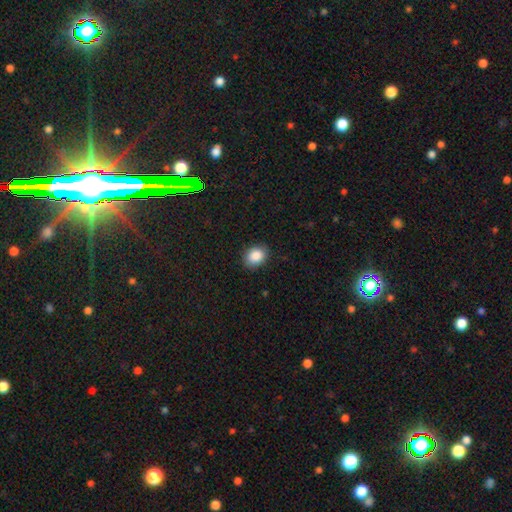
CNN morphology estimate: smooth 88%, star or artifact 8%, featured or disk 4%. Down the decision tree: how rounded — in between (55%); merging — none (86%).